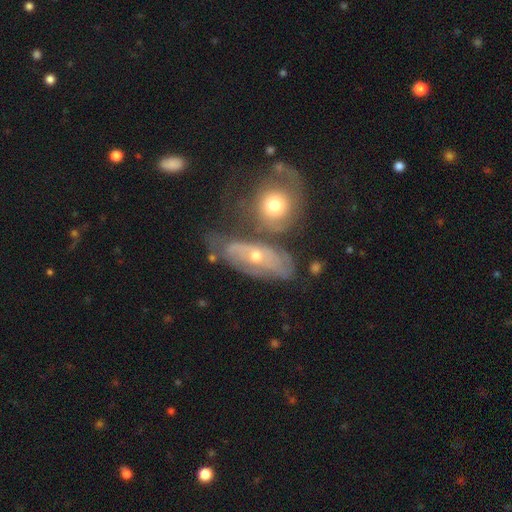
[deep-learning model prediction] Smooth or featured?
  - featured or disk: 68% *
  - smooth: 25%
  - star or artifact: 7%
Edge-on disk?
  - no: 88% *
  - yes: 12%
Bar?
  - no: 80% *
  - weak: 15%
  - strong: 5%
Spiral arms?
  - yes: 64% *
  - no: 36%
Bulge size?
  - moderate: 60% *
  - small: 35%
  - large: 3%
  - none: 1%
  - dominant: 1%
Merging?
  - none: 44% *
  - merger: 25%
  - minor disturbance: 19%
  - major disturbance: 11%